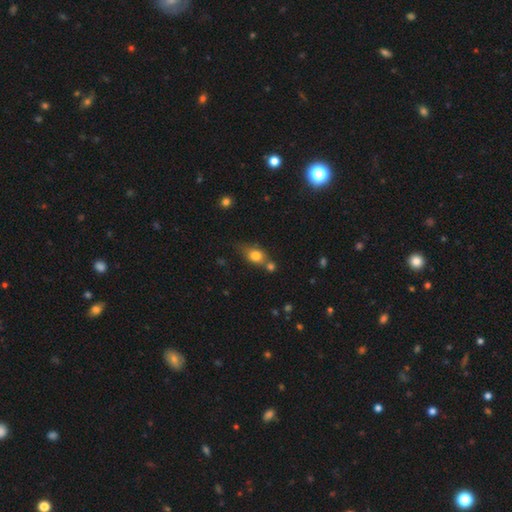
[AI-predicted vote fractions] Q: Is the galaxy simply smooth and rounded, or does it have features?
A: smooth — 77%.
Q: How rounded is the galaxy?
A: in between — 61%.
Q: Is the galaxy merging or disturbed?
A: none — 46%.